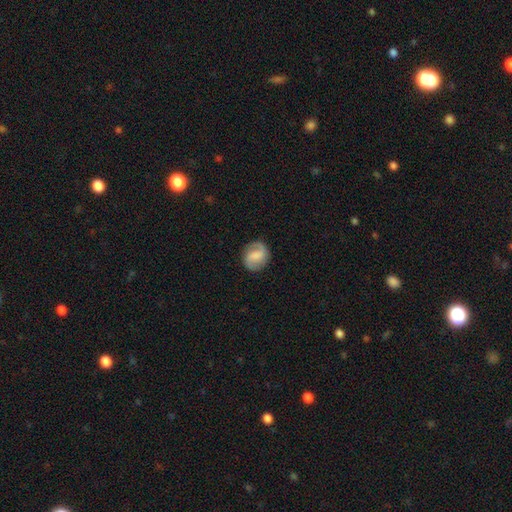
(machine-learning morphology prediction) type=featured or disk (63%); edge-on=no (98%); bar=weak (49%); spiral arms=yes (93%); winding=medium (45%); arm count=2 (85%); bulge=none (42%); merging=none (81%).